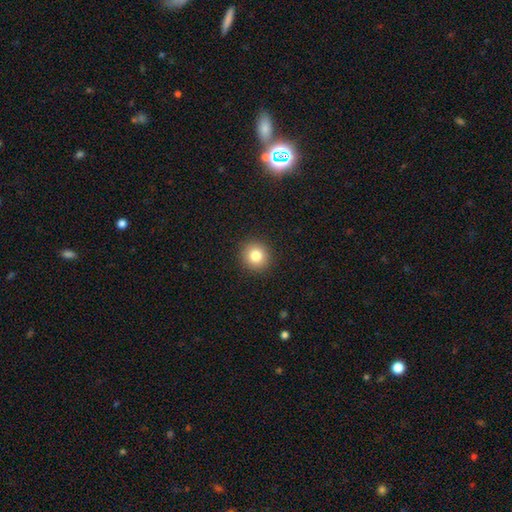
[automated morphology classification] type=smooth (82%); roundness=round (92%); merging=none (92%).